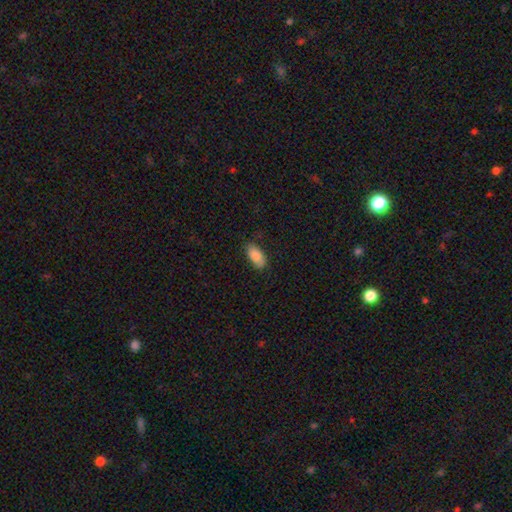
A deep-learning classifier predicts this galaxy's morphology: smooth 85%, featured or disk 8%, star or artifact 7%. Down the decision tree: how rounded — in between (91%); merging — none (80%).